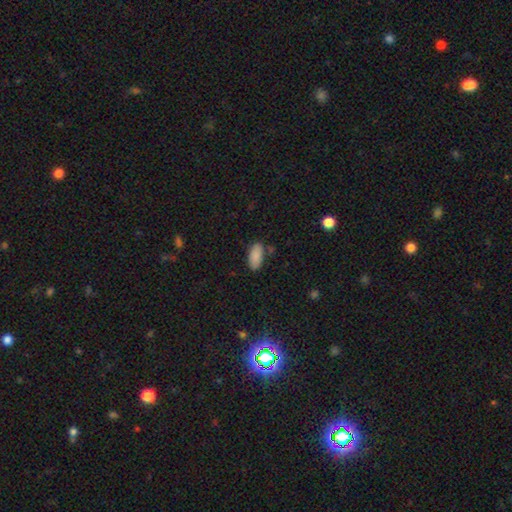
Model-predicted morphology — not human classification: smooth_or_featured: smooth (p=0.88) [alt: star or artifact p=0.07]
how_rounded: in between (p=0.90) [alt: cigar-shaped p=0.08]
merging: none (p=0.79) [alt: minor disturbance p=0.14]